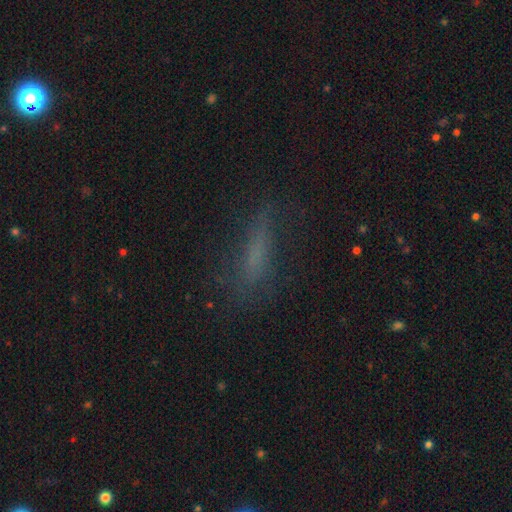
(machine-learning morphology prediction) Smooth or featured? smooth (57%)
How rounded? cigar-shaped (71%)
Merging? none (65%)